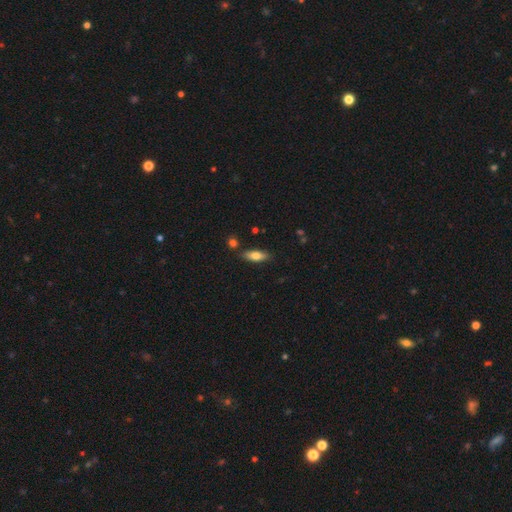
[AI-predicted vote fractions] A smooth galaxy with no disk features (74%) that is in between round and cigar-shaped (64%).

Vote fractions:
- Smooth or featured? smooth: 74% / featured or disk: 19% / star or artifact: 7%
- How rounded? in between: 64% / cigar-shaped: 34% / round: 2%
- Merging? none: 81% / minor disturbance: 12% / merger: 5% / major disturbance: 3%